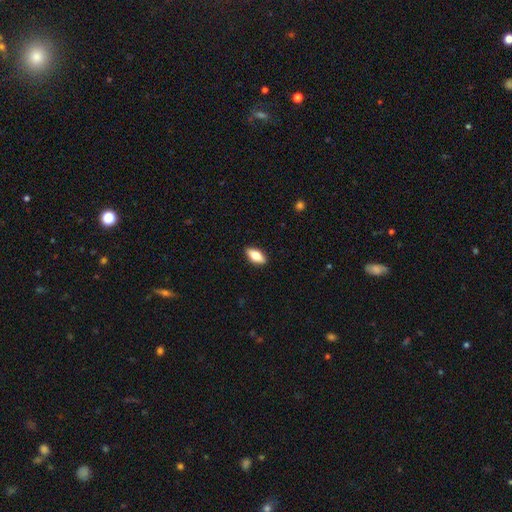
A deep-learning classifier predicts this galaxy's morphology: smooth-or-featured: smooth: 68% | featured or disk: 25% | star or artifact: 7%
  how-rounded: in between: 83% | cigar-shaped: 14% | round: 4%
  merging: none: 89% | minor disturbance: 8% | major disturbance: 2% | merger: 1%